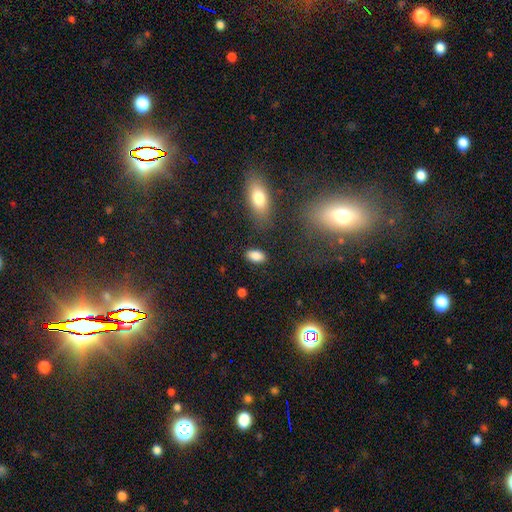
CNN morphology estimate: Smooth or featured?
  - smooth: 86% *
  - star or artifact: 8%
  - featured or disk: 5%
How rounded?
  - in between: 91% *
  - round: 6%
  - cigar-shaped: 3%
Merging?
  - none: 85% *
  - minor disturbance: 10%
  - major disturbance: 3%
  - merger: 2%